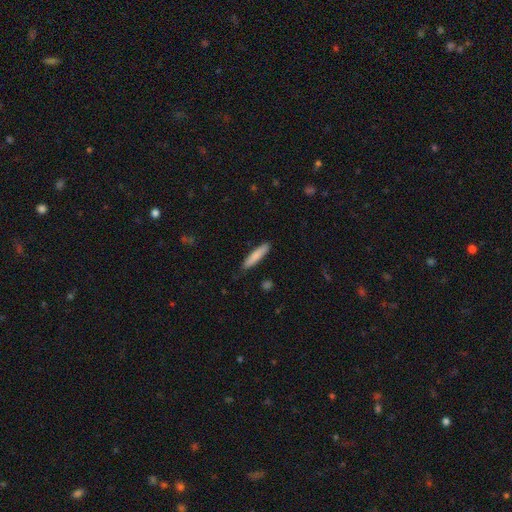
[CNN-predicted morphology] Overall: smooth (81%). How rounded: cigar-shaped (88%). Merging: none (87%).